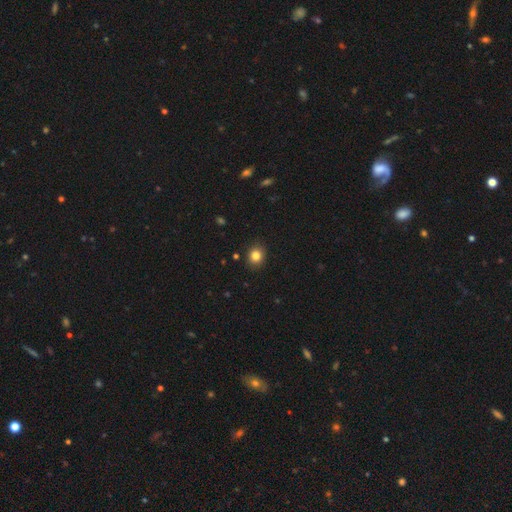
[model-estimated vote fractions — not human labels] smooth 83%, star or artifact 11%, featured or disk 6%. Down the decision tree: how rounded — round (68%); merging — none (88%).